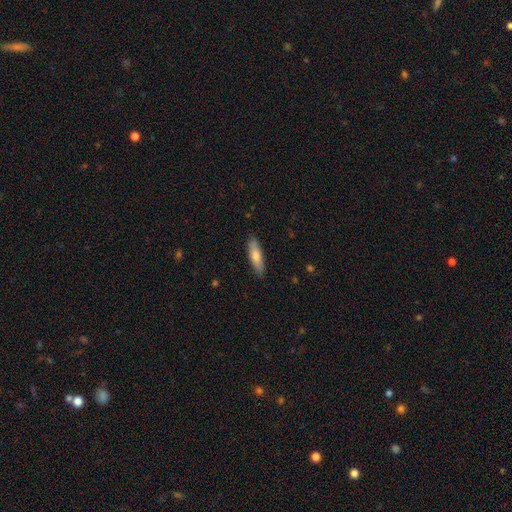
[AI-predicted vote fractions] This is likely a smooth galaxy (72%). How rounded: likely cigar-shaped (61%). Merging: clearly none (86%).